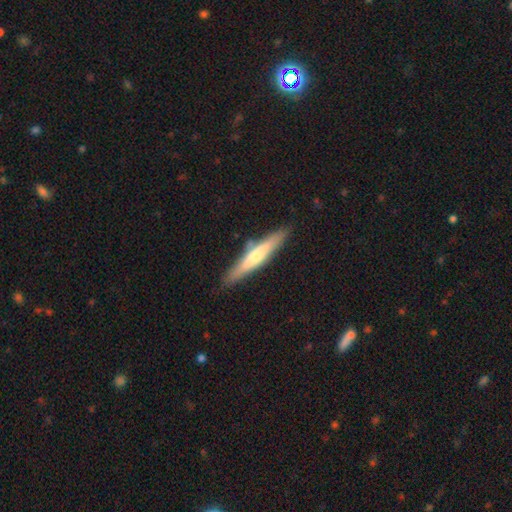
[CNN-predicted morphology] This is possibly a featured or disk galaxy (54%). It is clearly viewed edge-on (93%). Edge-on bulge: likely rounded (73%). Merging: clearly none (87%).